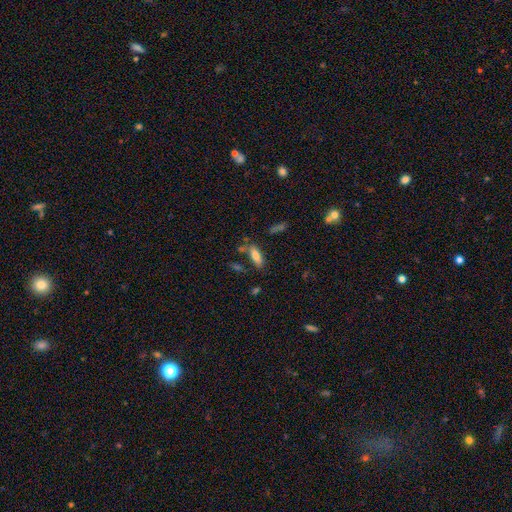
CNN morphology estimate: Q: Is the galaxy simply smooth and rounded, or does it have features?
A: smooth — 77%.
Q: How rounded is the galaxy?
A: in between — 67%.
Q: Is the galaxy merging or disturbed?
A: none — 66%.